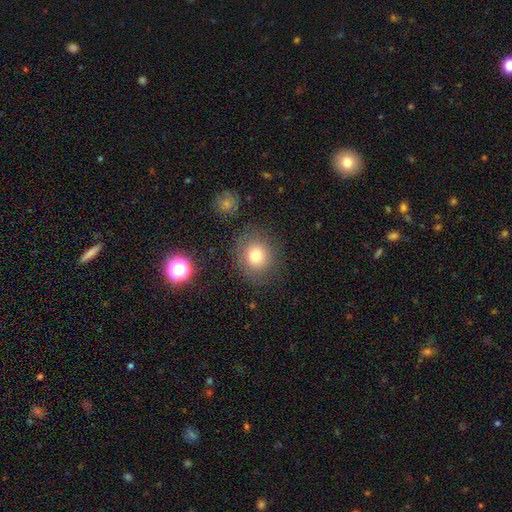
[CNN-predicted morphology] smooth_or_featured: smooth (p=0.77) [alt: star or artifact p=0.13]
how_rounded: round (p=0.82) [alt: in between p=0.17]
merging: none (p=0.81) [alt: minor disturbance p=0.11]